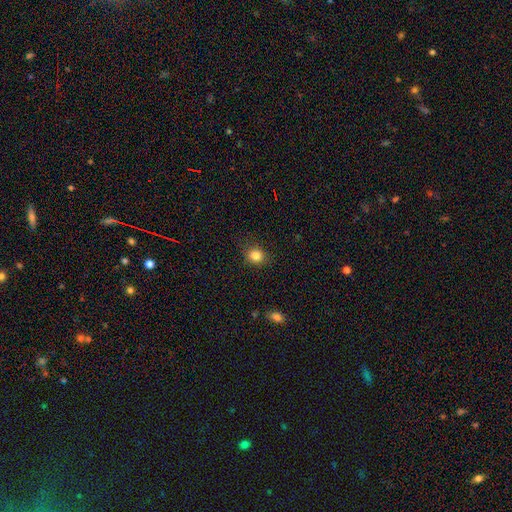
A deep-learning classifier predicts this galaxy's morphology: This is clearly a smooth galaxy (84%). How rounded: likely round (70%). Merging: clearly none (86%).